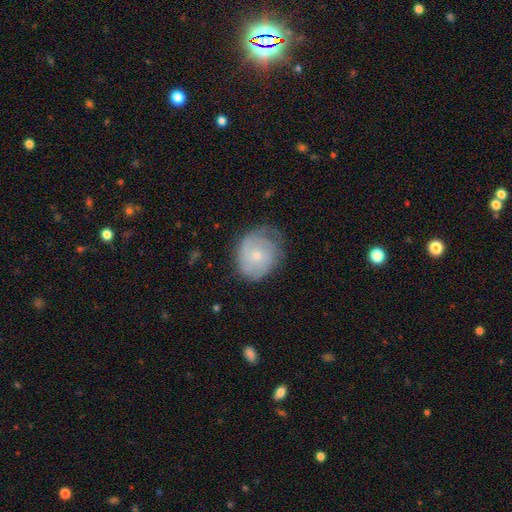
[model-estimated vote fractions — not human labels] Smooth or featured? featured or disk (56%)
Edge-on disk? no (97%)
Bar? no (77%)
Spiral arms? yes (82%)
Bulge size? small (62%)
Merging? none (56%)